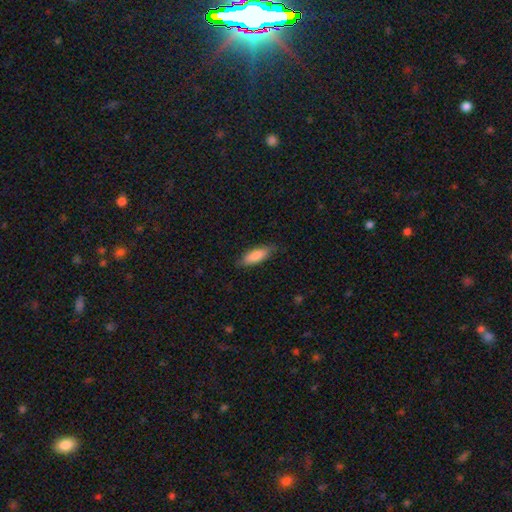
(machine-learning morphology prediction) The model was most divided on "how rounded": in between: 59%, cigar-shaped: 39%, round: 2%. More confident: smooth or featured — smooth (85%); merging — none (82%).